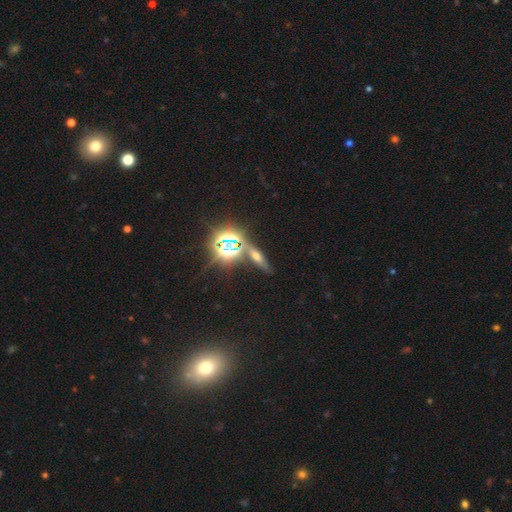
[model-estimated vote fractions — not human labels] smooth-or-featured: star or artifact: 42% | featured or disk: 29% | smooth: 28%